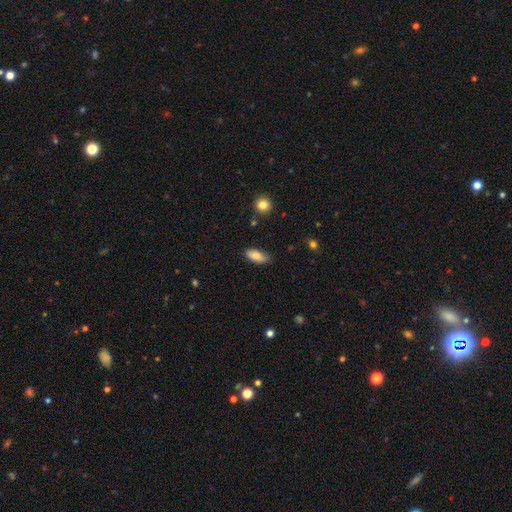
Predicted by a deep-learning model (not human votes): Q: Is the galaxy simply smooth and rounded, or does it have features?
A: smooth — 84%.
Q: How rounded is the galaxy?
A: in between — 85%.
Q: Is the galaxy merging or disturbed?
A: none — 74%.